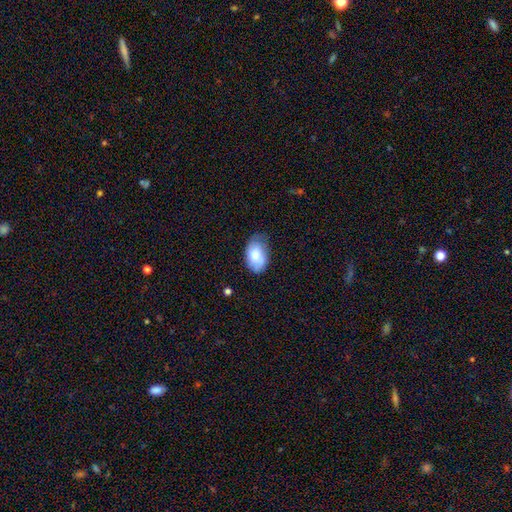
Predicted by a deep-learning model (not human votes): A smooth galaxy with no disk features (76%) that is in between round and cigar-shaped (91%).

Vote fractions:
- Smooth or featured? smooth: 76% / featured or disk: 18% / star or artifact: 6%
- How rounded? in between: 91% / round: 8% / cigar-shaped: 1%
- Merging? none: 52% / minor disturbance: 36% / major disturbance: 10% / merger: 2%